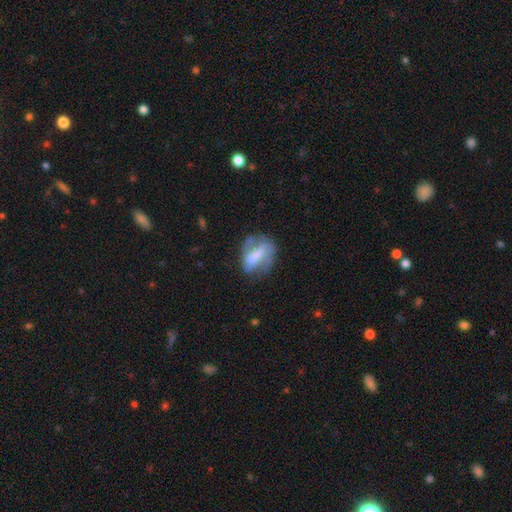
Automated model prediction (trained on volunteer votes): smooth-or-featured: featured or disk: 47% | smooth: 45% | star or artifact: 8%
  merging: none: 49% | minor disturbance: 28% | major disturbance: 19% | merger: 4%